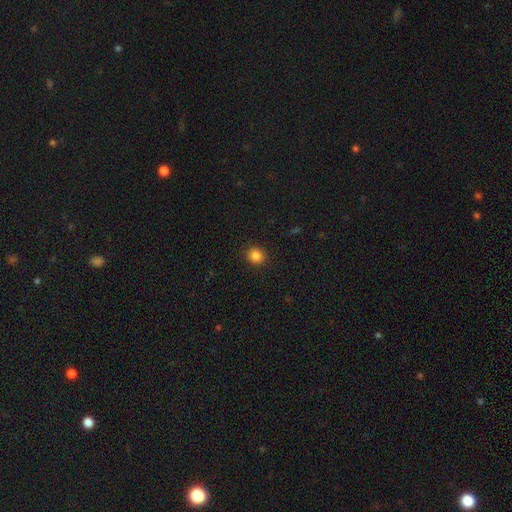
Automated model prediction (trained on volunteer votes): Smooth or featured? smooth (85%)
How rounded? round (88%)
Merging? none (92%)